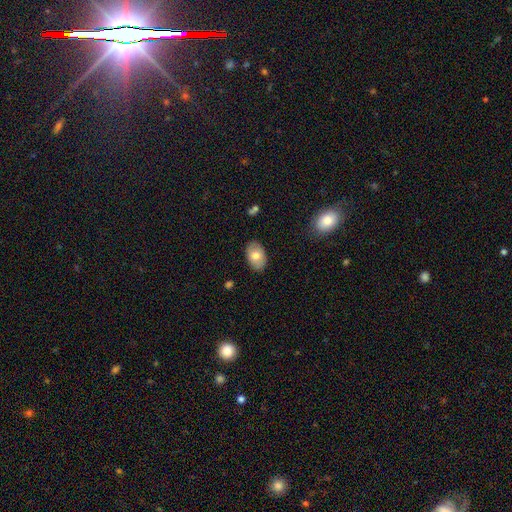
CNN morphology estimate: This is likely a smooth galaxy (73%). How rounded: clearly in between (91%). Merging: clearly none (85%).